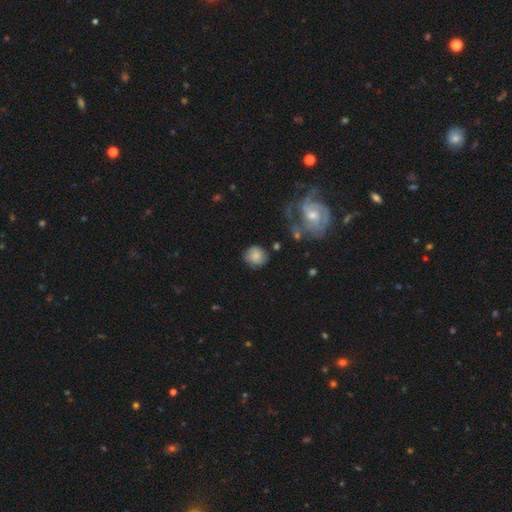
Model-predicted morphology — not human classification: Smooth or featured? Predicted: smooth (p=0.64). How rounded? Predicted: round (p=0.81). Merging? Predicted: none (p=0.71).